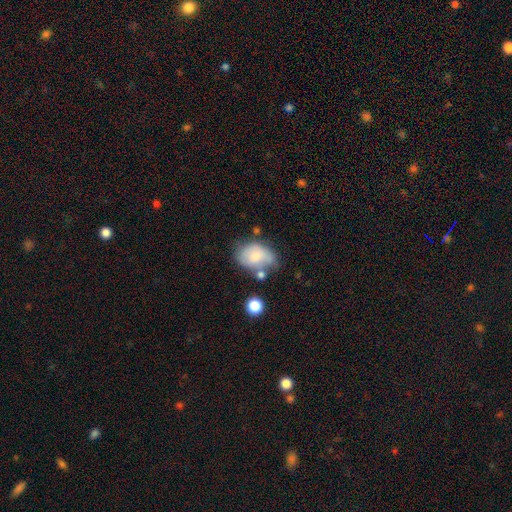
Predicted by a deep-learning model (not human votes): A smooth galaxy with no disk features (69%) that is in between round and cigar-shaped (78%).

Vote fractions:
- Smooth or featured? smooth: 69% / featured or disk: 23% / star or artifact: 8%
- How rounded? in between: 78% / round: 21% / cigar-shaped: 1%
- Merging? none: 40% / minor disturbance: 31% / merger: 15% / major disturbance: 14%